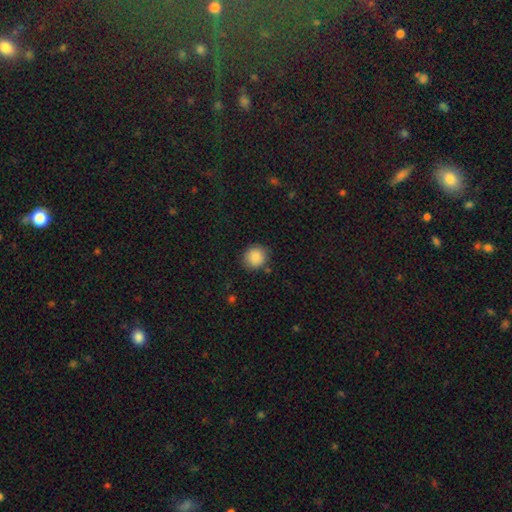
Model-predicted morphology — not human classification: smooth_or_featured: smooth (p=0.88) [alt: star or artifact p=0.08]
how_rounded: round (p=0.88) [alt: in between p=0.12]
merging: none (p=0.83) [alt: minor disturbance p=0.12]